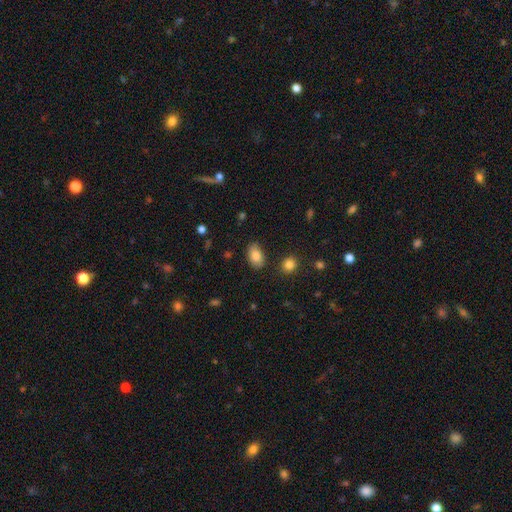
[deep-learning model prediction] The model was most divided on "merging": none: 80%, minor disturbance: 14%, major disturbance: 3%, merger: 2%. More confident: how rounded — in between (90%); smooth or featured — smooth (84%).